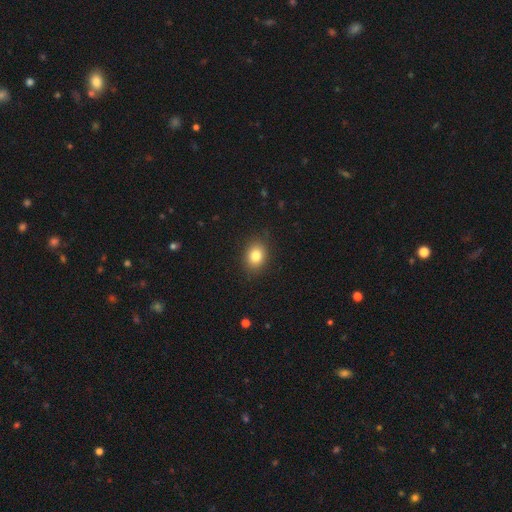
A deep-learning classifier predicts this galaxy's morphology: smooth_or_featured: smooth (p=0.82) [alt: star or artifact p=0.10]
how_rounded: in between (p=0.55) [alt: round p=0.44]
merging: none (p=0.87) [alt: minor disturbance p=0.10]